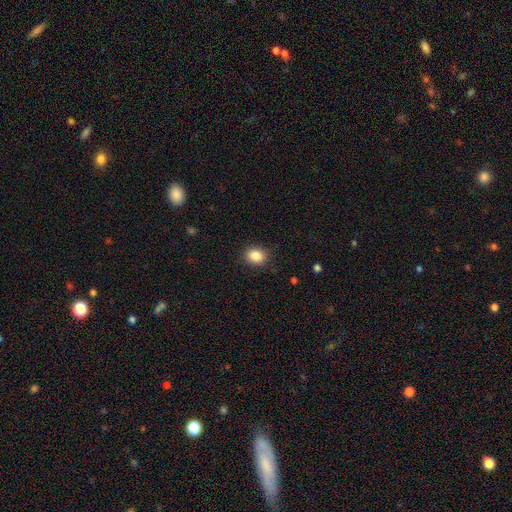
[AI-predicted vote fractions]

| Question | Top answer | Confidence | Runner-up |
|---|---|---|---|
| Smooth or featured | smooth | 86% | star or artifact (9%) |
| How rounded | round | 53% | in between (46%) |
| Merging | none | 88% | minor disturbance (9%) |